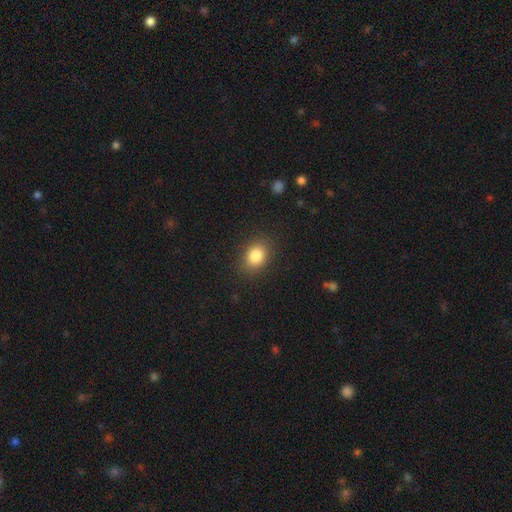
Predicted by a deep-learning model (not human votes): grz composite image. It shows a smooth galaxy with no disk features (84%) that is in between round and cigar-shaped (61%). Merging: none (86%).